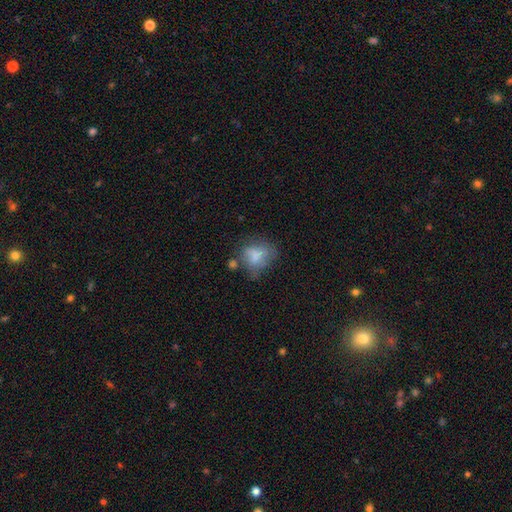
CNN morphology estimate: This is likely a smooth galaxy (65%). How rounded: possibly in between (57%). Merging: marginally none (37%).